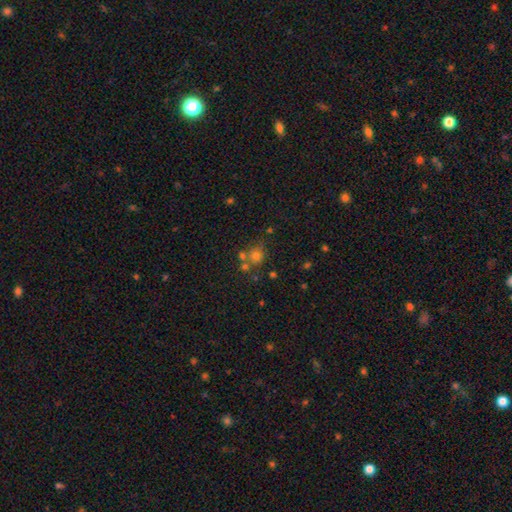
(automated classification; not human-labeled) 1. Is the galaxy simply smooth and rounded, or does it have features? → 63% smooth, 26% star or artifact, 11% featured or disk.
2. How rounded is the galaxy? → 83% round, 16% in between, 1% cigar-shaped.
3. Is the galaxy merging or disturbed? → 60% none, 23% merger, 11% minor disturbance, 5% major disturbance.